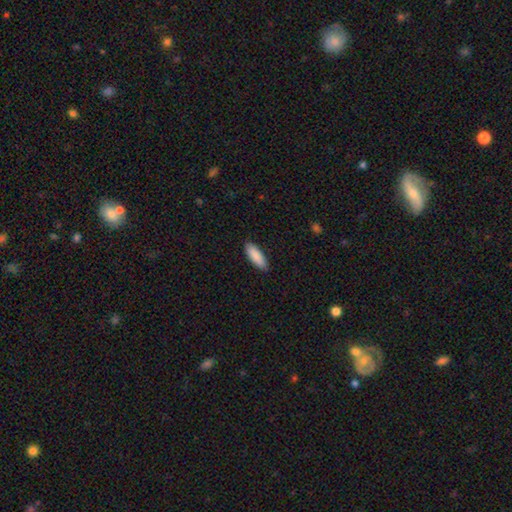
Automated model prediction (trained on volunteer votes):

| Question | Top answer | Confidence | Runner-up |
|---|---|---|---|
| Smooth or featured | smooth | 90% | star or artifact (5%) |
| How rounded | in between | 62% | cigar-shaped (36%) |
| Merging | none | 87% | minor disturbance (10%) |